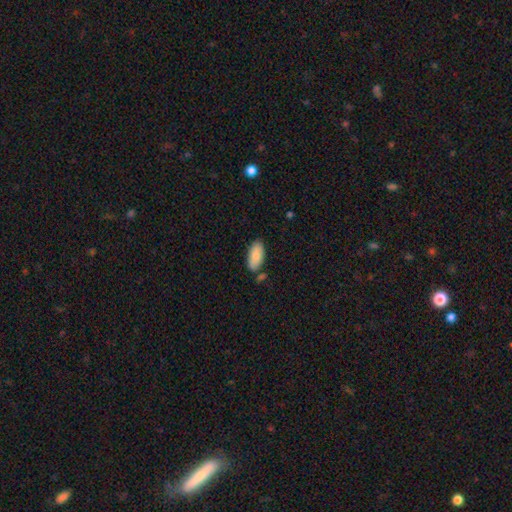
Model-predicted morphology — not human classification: This is clearly a smooth galaxy (86%). How rounded: clearly in between (91%). Merging: likely none (76%).